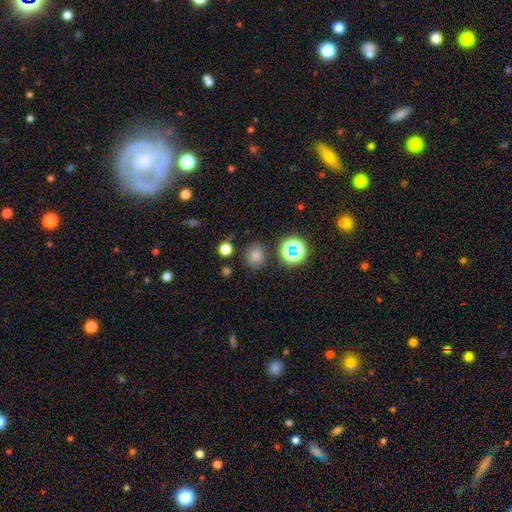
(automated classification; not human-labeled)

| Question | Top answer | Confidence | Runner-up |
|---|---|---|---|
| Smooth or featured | smooth | 62% | star or artifact (31%) |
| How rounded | round | 80% | in between (18%) |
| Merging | none | 84% | minor disturbance (9%) |